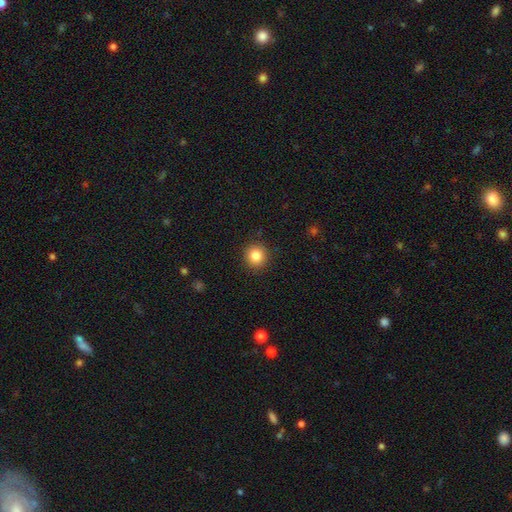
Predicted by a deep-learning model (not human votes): Smooth or featured?
  - smooth: 84% *
  - star or artifact: 10%
  - featured or disk: 6%
How rounded?
  - round: 91% *
  - in between: 8%
  - cigar-shaped: 1%
Merging?
  - none: 91% *
  - minor disturbance: 6%
  - major disturbance: 2%
  - merger: 1%